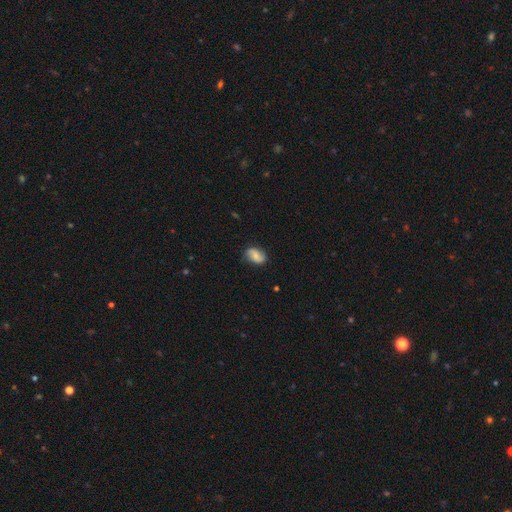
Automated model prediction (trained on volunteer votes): Morphology: type=smooth (52%); roundness=in between (84%); merging=none (78%).